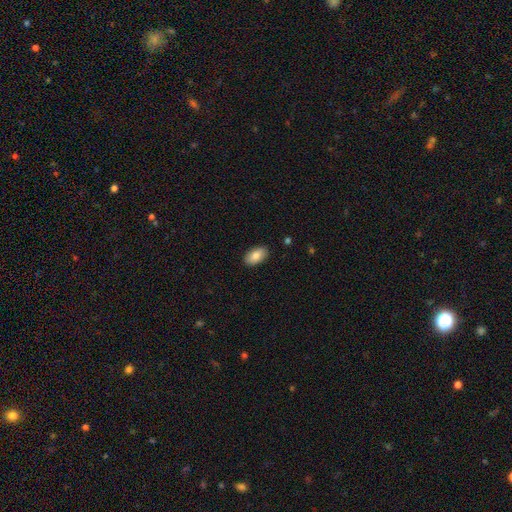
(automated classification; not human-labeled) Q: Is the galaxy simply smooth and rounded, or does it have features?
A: smooth — 84%.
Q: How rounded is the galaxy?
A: in between — 94%.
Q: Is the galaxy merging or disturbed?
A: none — 89%.